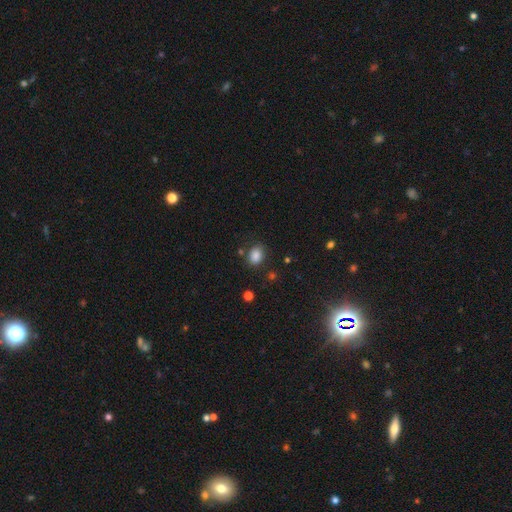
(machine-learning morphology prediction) Smooth or featured?
  - smooth: 84% *
  - star or artifact: 11%
  - featured or disk: 4%
How rounded?
  - in between: 56% *
  - round: 43%
  - cigar-shaped: 1%
Merging?
  - none: 79% *
  - minor disturbance: 13%
  - major disturbance: 4%
  - merger: 4%